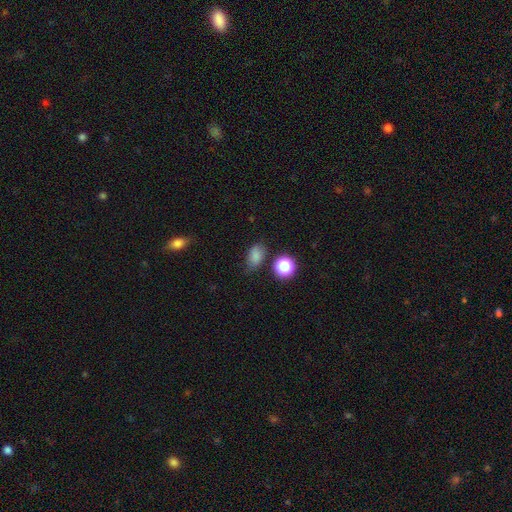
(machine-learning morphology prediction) A smooth galaxy with no disk features (80%) that is in between round and cigar-shaped (80%). Merging: none (73%).